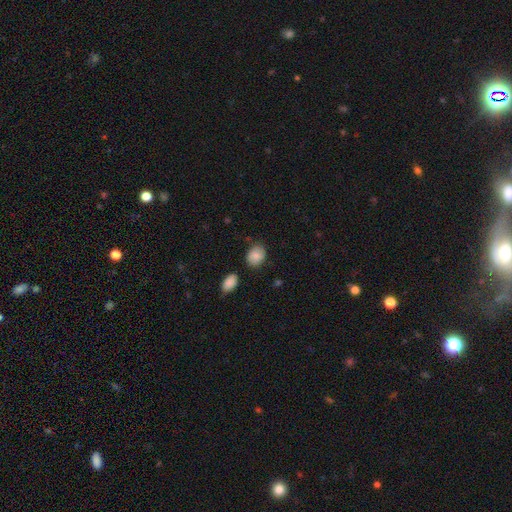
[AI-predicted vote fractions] Overall: smooth (84%). How rounded: in between (63%; round 35%). Merging: none (76%).